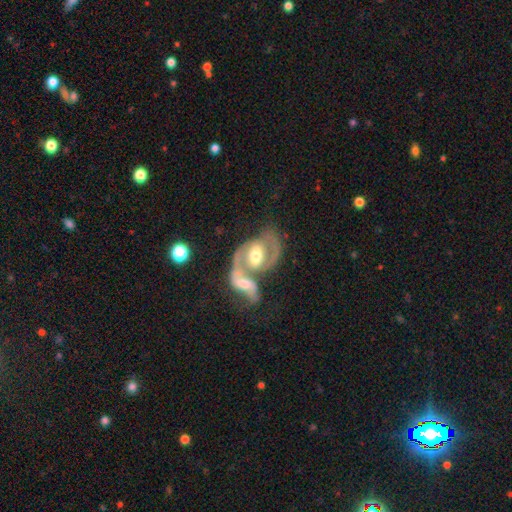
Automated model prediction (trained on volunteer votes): Smooth or featured? featured or disk (83%)
Edge-on disk? no (96%)
Bar? weak (43%)
Spiral arms? yes (90%)
Spiral winding? medium (52%)
Spiral arm count? 2 (85%)
Bulge size? moderate (68%)
Merging? merger (69%)